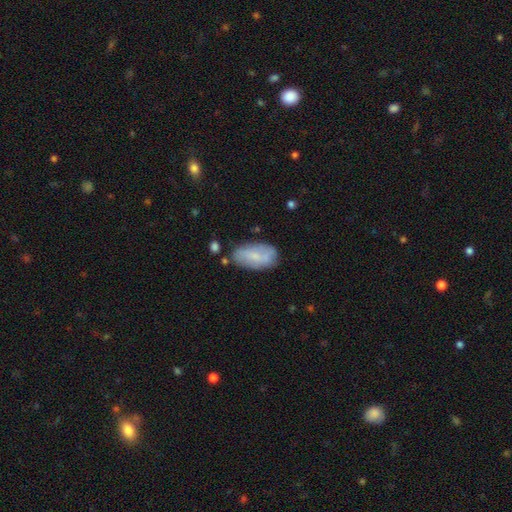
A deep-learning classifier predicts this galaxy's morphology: Smooth or featured: smooth — 62% (featured or disk — 30%)
How rounded: in between — 93% (cigar-shaped — 4%)
Merging: none — 68% (minor disturbance — 21%)